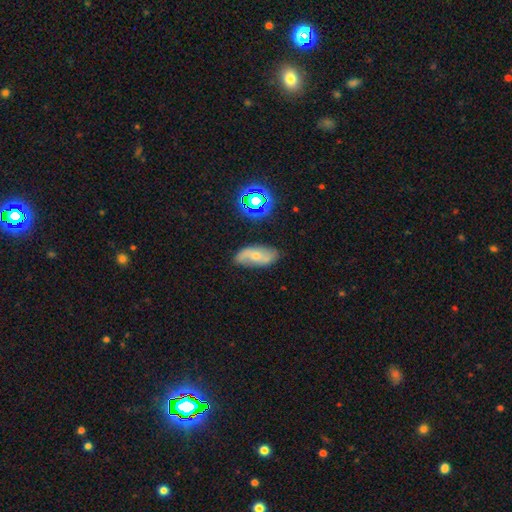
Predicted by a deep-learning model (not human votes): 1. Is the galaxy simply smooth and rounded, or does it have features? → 59% featured or disk, 30% smooth, 11% star or artifact.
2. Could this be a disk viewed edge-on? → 91% no, 9% yes.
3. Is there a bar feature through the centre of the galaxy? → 56% no, 33% weak, 11% strong.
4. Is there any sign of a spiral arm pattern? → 84% yes, 16% no.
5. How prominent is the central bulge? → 51% small, 43% moderate, 3% none, 2% large, 1% dominant.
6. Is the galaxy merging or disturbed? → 70% none, 21% minor disturbance, 6% major disturbance, 2% merger.